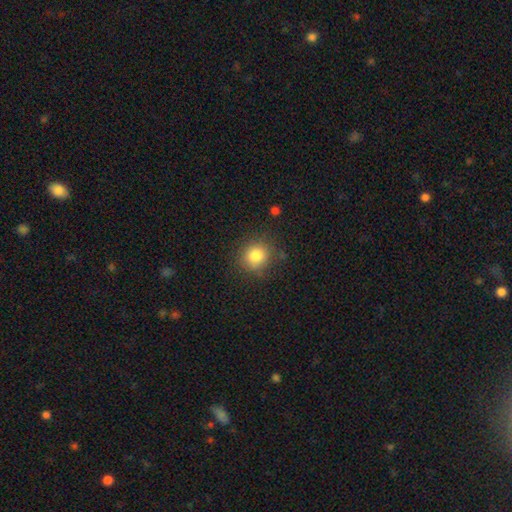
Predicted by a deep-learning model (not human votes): Morphology: type=smooth (82%); roundness=round (87%); merging=none (84%).